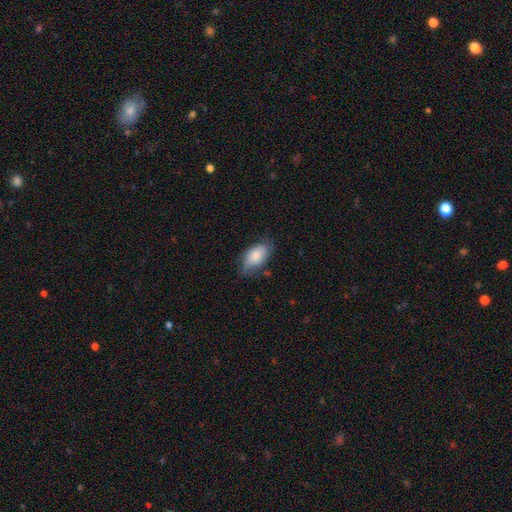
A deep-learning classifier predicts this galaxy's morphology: A smooth galaxy with no disk features (78%) that is in between round and cigar-shaped (93%).

Vote fractions:
- Smooth or featured? smooth: 78% / featured or disk: 15% / star or artifact: 7%
- How rounded? in between: 93% / round: 4% / cigar-shaped: 3%
- Merging? none: 61% / minor disturbance: 30% / major disturbance: 7% / merger: 2%